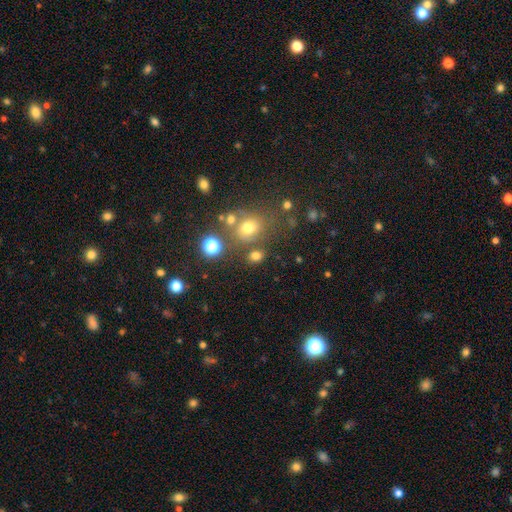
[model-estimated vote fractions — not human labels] Smooth or featured?
  - smooth: 70% *
  - star or artifact: 20%
  - featured or disk: 10%
How rounded?
  - round: 61% *
  - in between: 37%
  - cigar-shaped: 2%
Merging?
  - none: 68% *
  - merger: 14%
  - minor disturbance: 12%
  - major disturbance: 6%